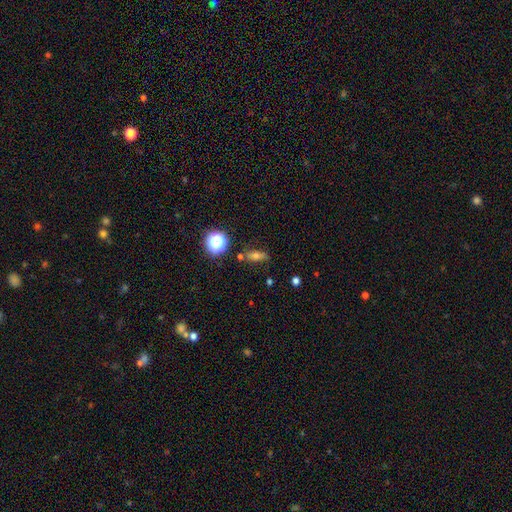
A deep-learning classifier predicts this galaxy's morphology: smooth_or_featured: smooth (p=0.59) [alt: featured or disk p=0.24]
how_rounded: in between (p=0.59) [alt: cigar-shaped p=0.26]
merging: none (p=0.68) [alt: minor disturbance p=0.21]